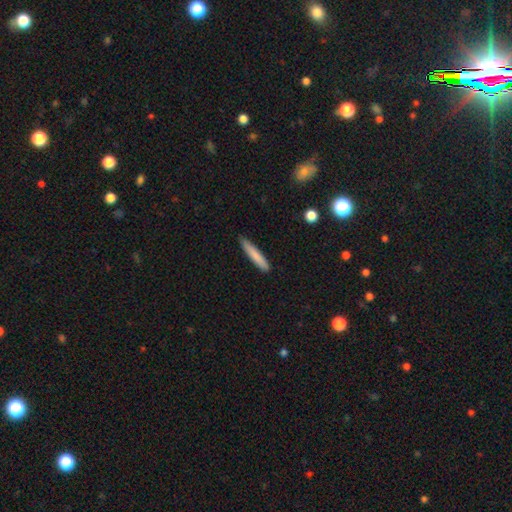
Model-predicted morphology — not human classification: smooth_or_featured: smooth (p=0.80) [alt: featured or disk p=0.13]
how_rounded: cigar-shaped (p=0.92) [alt: in between p=0.07]
merging: none (p=0.85) [alt: minor disturbance p=0.12]